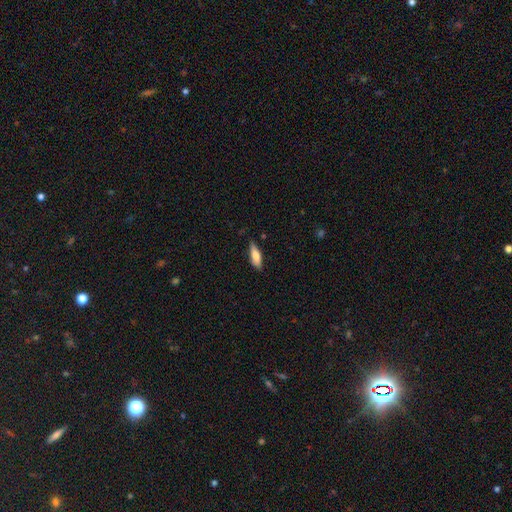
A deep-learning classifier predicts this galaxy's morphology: A smooth galaxy with no disk features (69%) that is in between round and cigar-shaped (51%).

Vote fractions:
- Smooth or featured? smooth: 69% / featured or disk: 25% / star or artifact: 6%
- How rounded? in between: 51% / cigar-shaped: 47% / round: 2%
- Merging? none: 76% / minor disturbance: 19% / major disturbance: 3% / merger: 2%